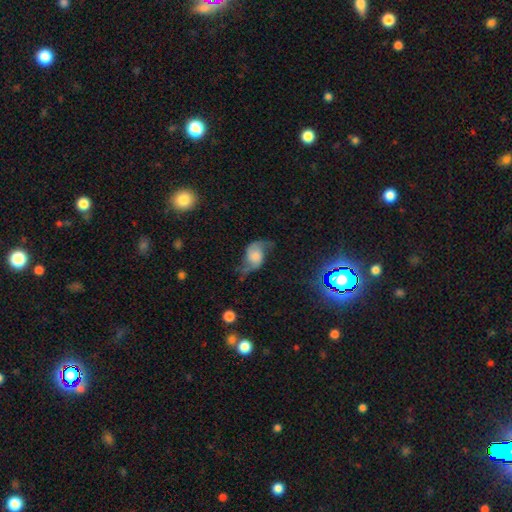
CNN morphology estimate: This is likely a featured or disk galaxy (72%). It is clearly not viewed edge-on (96%). Bar: likely no (67%). Spiral arm pattern: clearly yes (94%). Spiral arm count: clearly 2 (92%). Spiral winding: likely loose (72%). Central bulge: marginally moderate (30%). Merging: possibly none (58%).